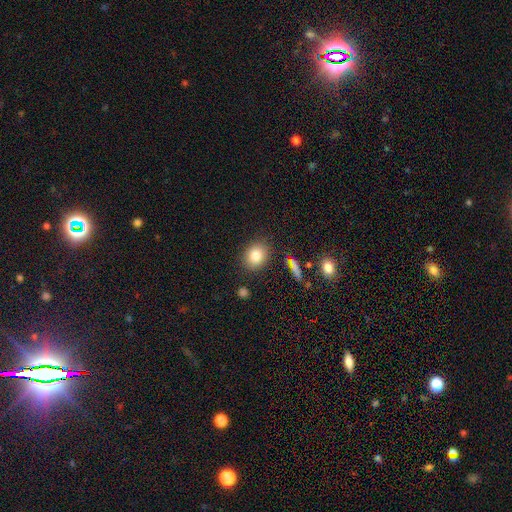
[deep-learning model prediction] Smooth or featured: smooth — 82% (star or artifact — 10%)
How rounded: round — 52% (in between — 47%)
Merging: none — 84% (minor disturbance — 10%)